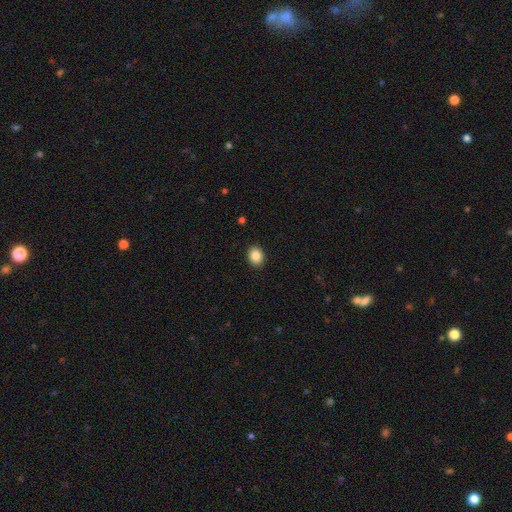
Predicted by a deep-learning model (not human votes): This is clearly a smooth galaxy (86%). How rounded: possibly round (52%). Merging: clearly none (91%).